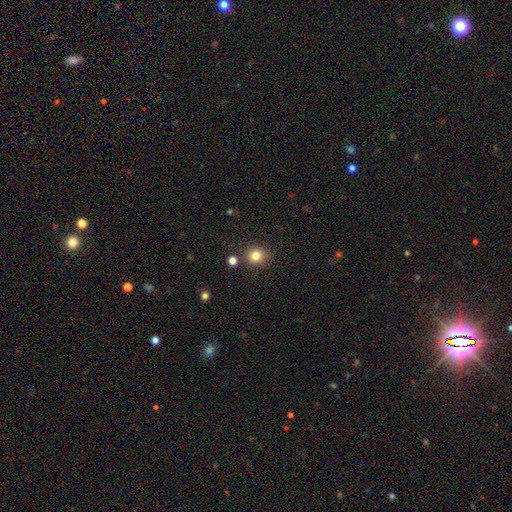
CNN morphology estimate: This appears to be a smooth galaxy with no disk features (81%) that is round (86%). Merging: none (85%).